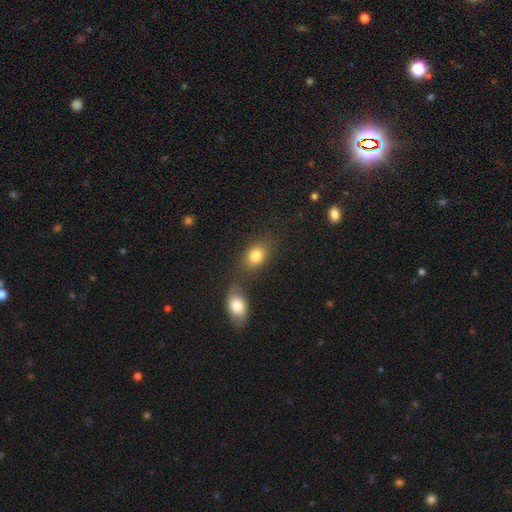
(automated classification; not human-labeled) A smooth galaxy with no disk features (82%) that is in between round and cigar-shaped (69%). Merging: none (58%).